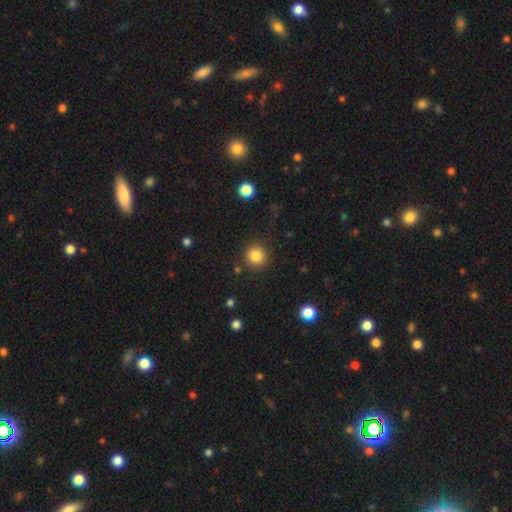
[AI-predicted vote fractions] Smooth or featured?
  - smooth: 84% *
  - star or artifact: 11%
  - featured or disk: 5%
How rounded?
  - round: 90% *
  - in between: 9%
  - cigar-shaped: 1%
Merging?
  - none: 88% *
  - minor disturbance: 7%
  - major disturbance: 3%
  - merger: 2%